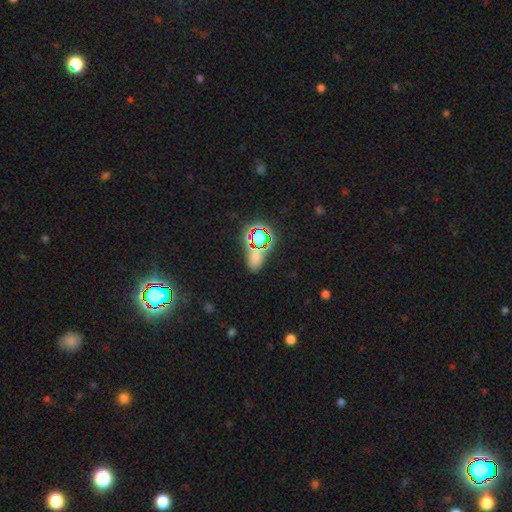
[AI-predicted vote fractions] smooth 49%, star or artifact 43%, featured or disk 8%. Down the decision tree: merging — none (64%).